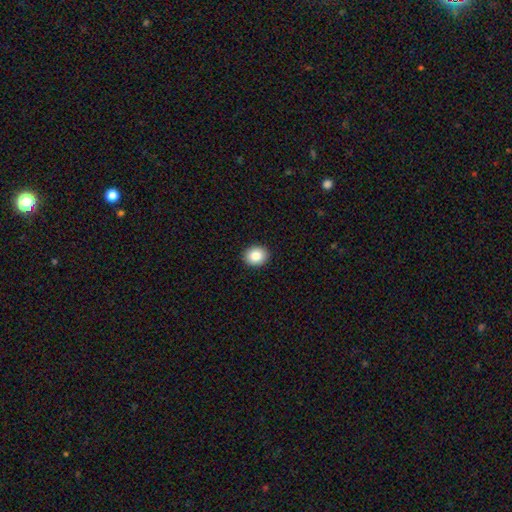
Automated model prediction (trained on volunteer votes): This is clearly a smooth galaxy (86%). How rounded: likely round (62%). Merging: clearly none (92%).